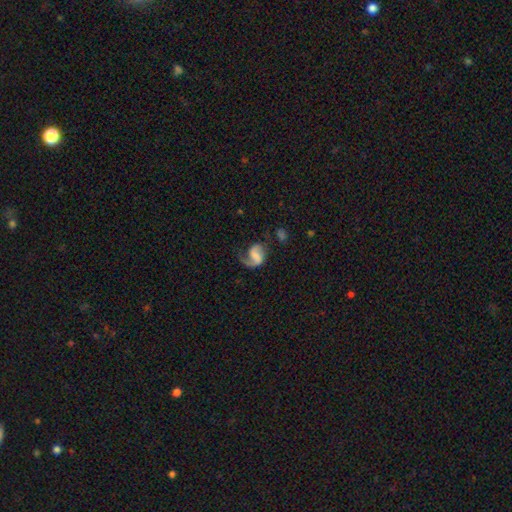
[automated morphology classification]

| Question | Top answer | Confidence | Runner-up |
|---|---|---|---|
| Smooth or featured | featured or disk | 74% | smooth (19%) |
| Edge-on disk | no | 98% | yes (2%) |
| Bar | weak | 42% | no (34%) |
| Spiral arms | yes | 93% | no (7%) |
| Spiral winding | loose | 46% | medium (40%) |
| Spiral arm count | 1 | 48% | 2 (47%) |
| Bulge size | none | 52% | small (19%) |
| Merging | none | 45% | major disturbance (32%) |